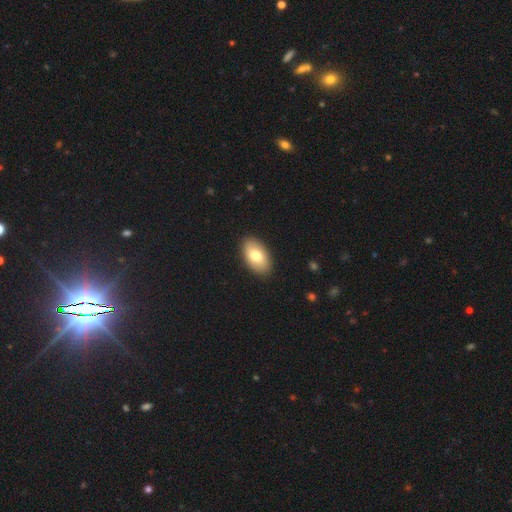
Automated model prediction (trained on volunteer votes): Morphology: type=smooth (77%); roundness=in between (94%); merging=none (89%).